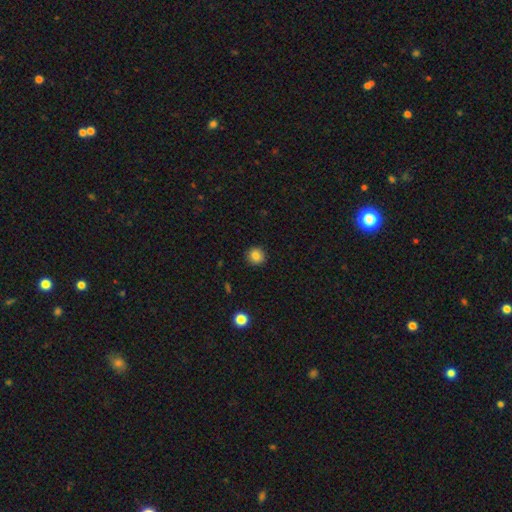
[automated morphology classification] smooth 85%, star or artifact 10%, featured or disk 5%. Down the decision tree: how rounded — round (90%); merging — none (91%).